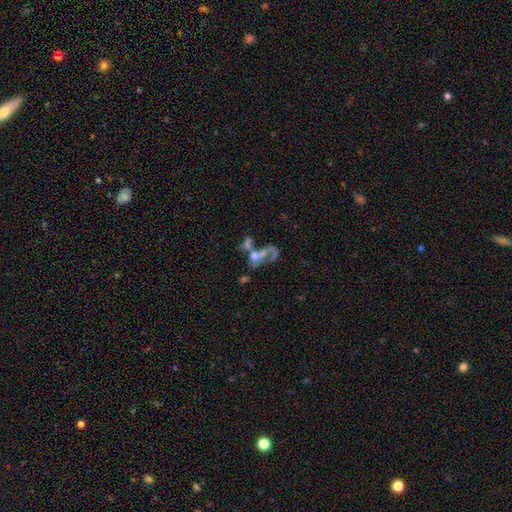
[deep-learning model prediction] smooth-or-featured: featured or disk: 52% | smooth: 35% | star or artifact: 14%
  disk-edge-on: no: 94% | yes: 6%
  merging: merger: 55% | major disturbance: 24% | none: 14% | minor disturbance: 7%